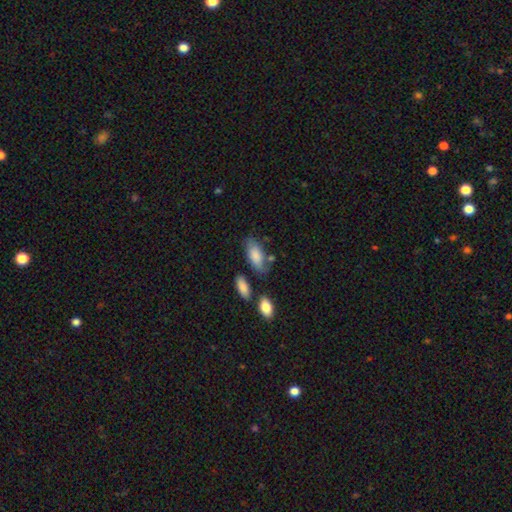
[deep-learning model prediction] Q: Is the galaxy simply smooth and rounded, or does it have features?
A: smooth — 82%.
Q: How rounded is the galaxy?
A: in between — 89%.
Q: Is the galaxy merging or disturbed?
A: none — 63%.